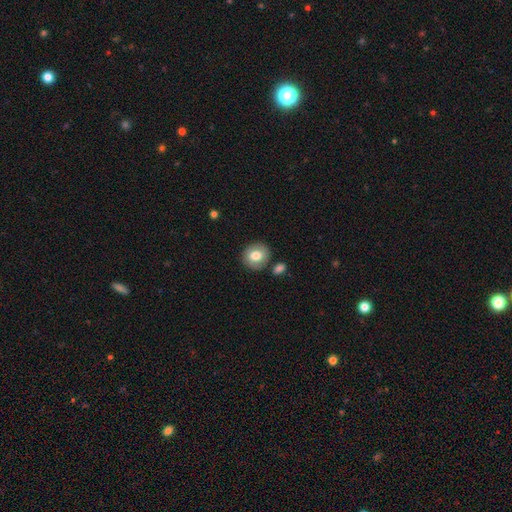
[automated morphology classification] Smooth or featured?
  - smooth: 77% *
  - featured or disk: 16%
  - star or artifact: 8%
How rounded?
  - round: 82% *
  - in between: 17%
  - cigar-shaped: 1%
Merging?
  - none: 82% *
  - minor disturbance: 10%
  - merger: 6%
  - major disturbance: 3%